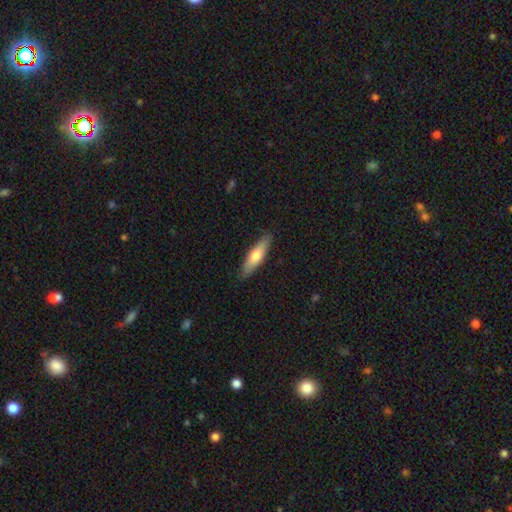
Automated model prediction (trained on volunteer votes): Smooth or featured? smooth (65%)
How rounded? cigar-shaped (67%)
Merging? none (88%)